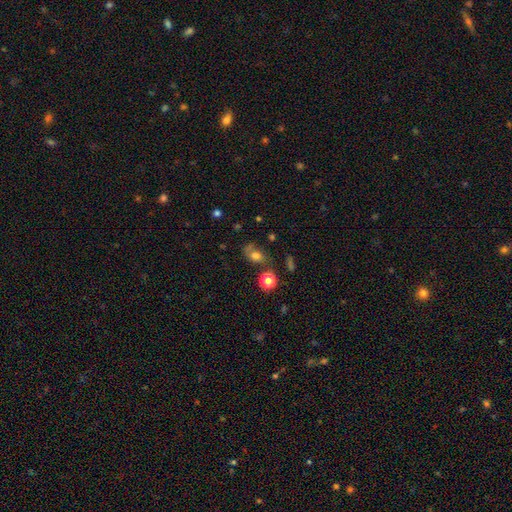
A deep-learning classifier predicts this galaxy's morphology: A smooth galaxy with no disk features (66%) that is in between round and cigar-shaped (58%). Merging: none (49%).